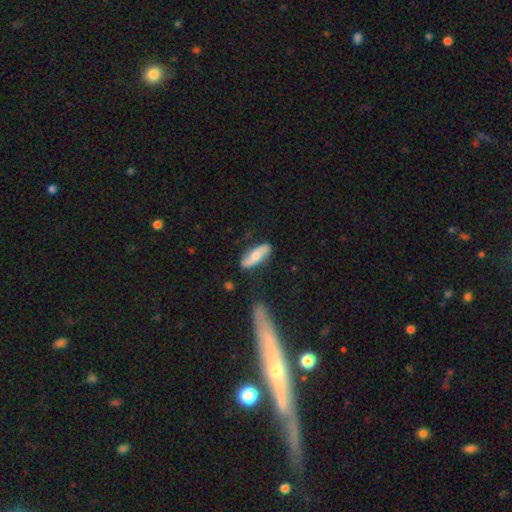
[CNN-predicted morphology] Smooth or featured: featured or disk — 51% (smooth — 43%)
Edge-on disk: no — 85% (yes — 15%)
Merging: none — 76% (minor disturbance — 16%)